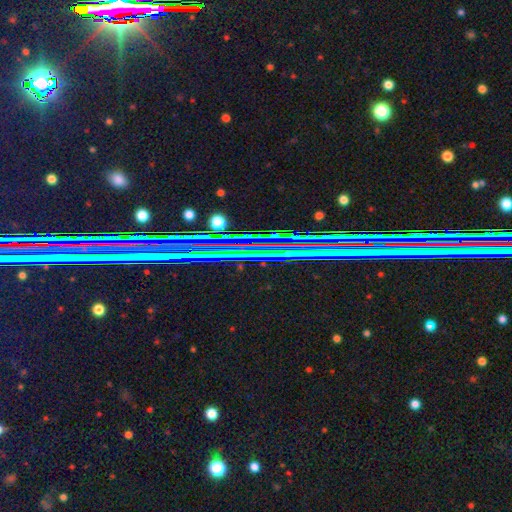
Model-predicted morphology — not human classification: Smooth or featured? Predicted: star or artifact (p=0.82).